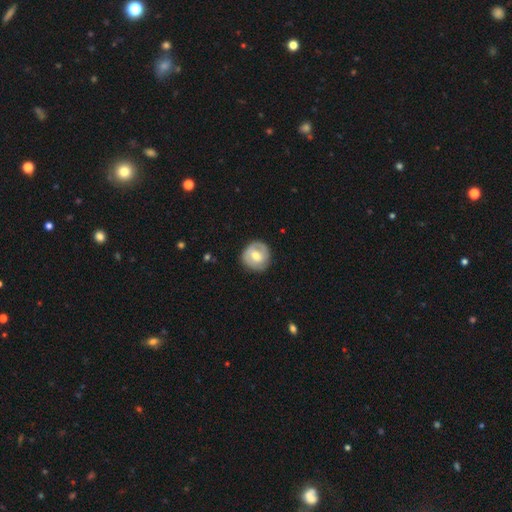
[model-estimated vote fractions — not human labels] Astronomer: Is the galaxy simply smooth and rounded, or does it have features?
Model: featured or disk — 50% (runner-up: smooth, 45%).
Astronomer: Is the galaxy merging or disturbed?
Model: none — 84%.